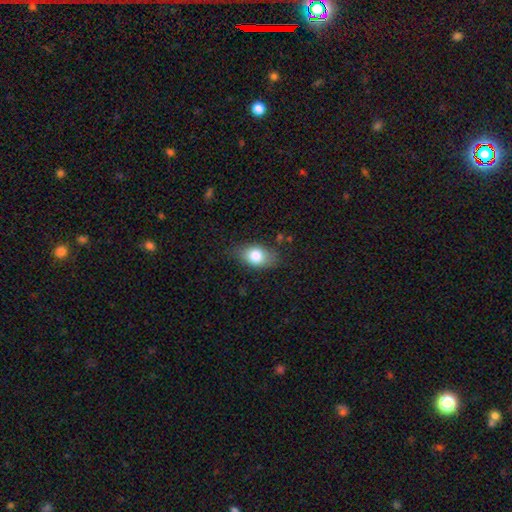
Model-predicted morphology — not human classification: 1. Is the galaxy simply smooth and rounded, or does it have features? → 78% smooth, 13% featured or disk, 8% star or artifact.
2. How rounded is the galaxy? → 83% in between, 15% round, 2% cigar-shaped.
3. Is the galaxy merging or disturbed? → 74% none, 19% minor disturbance, 5% major disturbance, 2% merger.